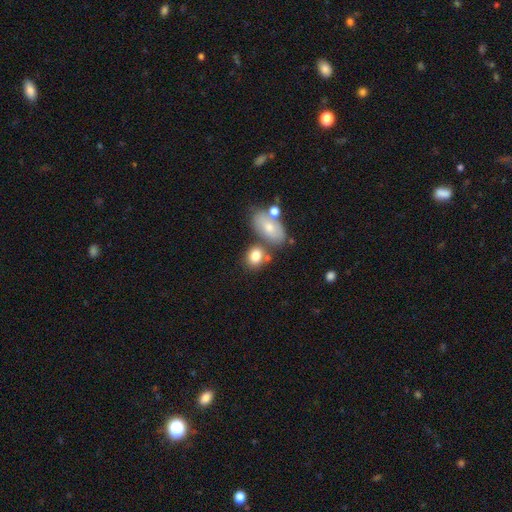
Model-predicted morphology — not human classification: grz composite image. It shows a smooth galaxy with no disk features (78%) that is in between round and cigar-shaped (55%). Merging: none (55%).